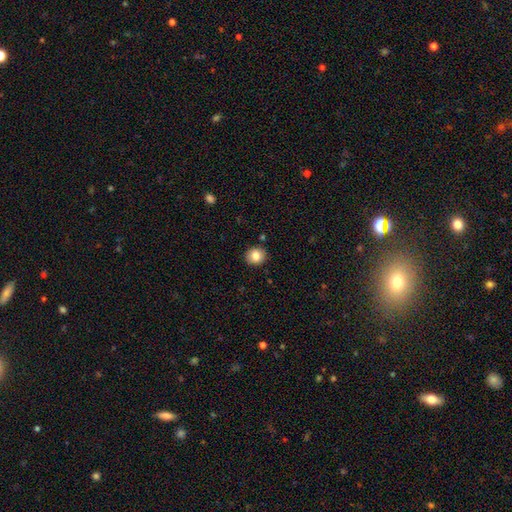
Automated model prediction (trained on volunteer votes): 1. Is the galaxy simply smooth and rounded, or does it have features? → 82% smooth, 9% star or artifact, 8% featured or disk.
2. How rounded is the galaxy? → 81% round, 18% in between, 1% cigar-shaped.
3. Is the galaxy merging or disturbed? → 90% none, 7% minor disturbance, 2% major disturbance, 2% merger.